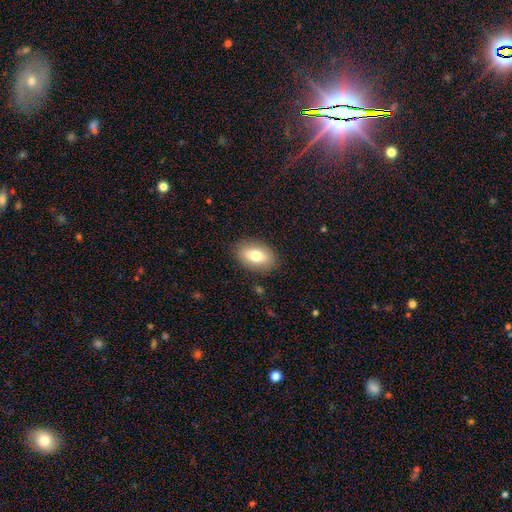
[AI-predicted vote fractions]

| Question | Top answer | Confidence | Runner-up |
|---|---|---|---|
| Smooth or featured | smooth | 76% | featured or disk (17%) |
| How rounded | in between | 89% | round (9%) |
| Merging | none | 86% | minor disturbance (10%) |